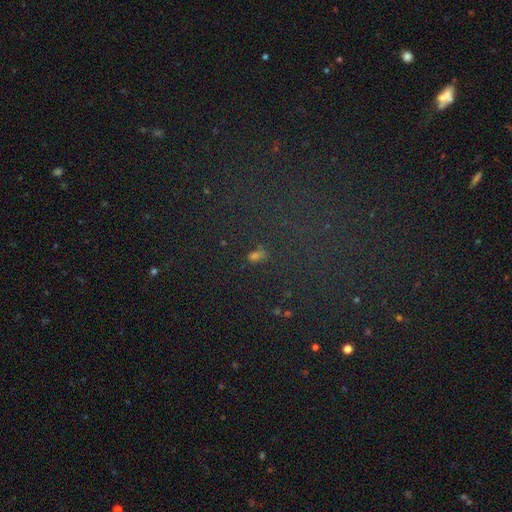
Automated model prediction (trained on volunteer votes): The model was most divided on "smooth or featured": star or artifact: 47%, smooth: 44%, featured or disk: 9%.